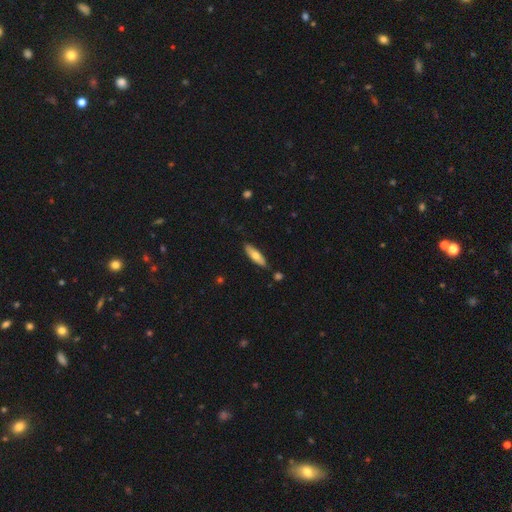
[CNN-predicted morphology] A smooth galaxy with no disk features (64%) that is cigar-shaped (58%).

Vote fractions:
- Smooth or featured? smooth: 64% / featured or disk: 30% / star or artifact: 6%
- How rounded? cigar-shaped: 58% / in between: 40% / round: 2%
- Merging? none: 83% / minor disturbance: 13% / merger: 3% / major disturbance: 2%